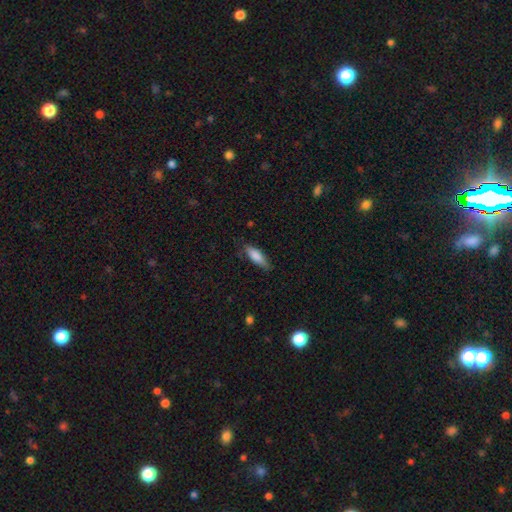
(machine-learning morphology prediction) This is clearly a smooth galaxy (82%). How rounded: possibly in between (54%). Merging: likely none (76%).